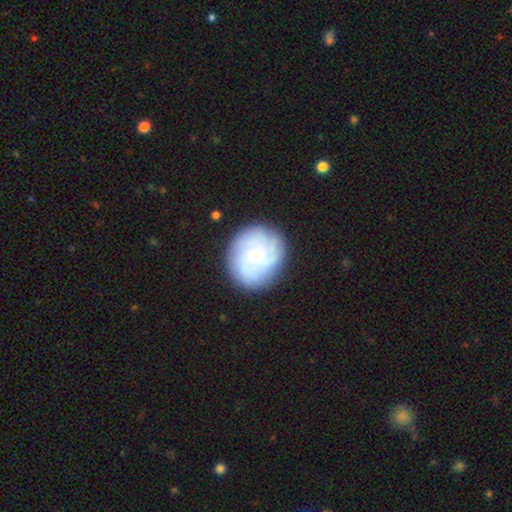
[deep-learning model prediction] Smooth or featured? Predicted: featured or disk (p=0.53). Edge-on disk? Predicted: no (p=0.97). Bar? Predicted: no (p=0.77). Spiral arms? Predicted: yes (p=0.79). Bulge size? Predicted: moderate (p=0.48). Merging? Predicted: none (p=0.81).